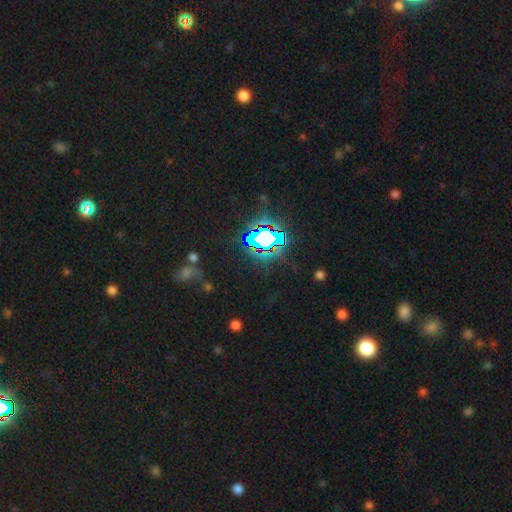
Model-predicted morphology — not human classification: type=star or artifact (75%).